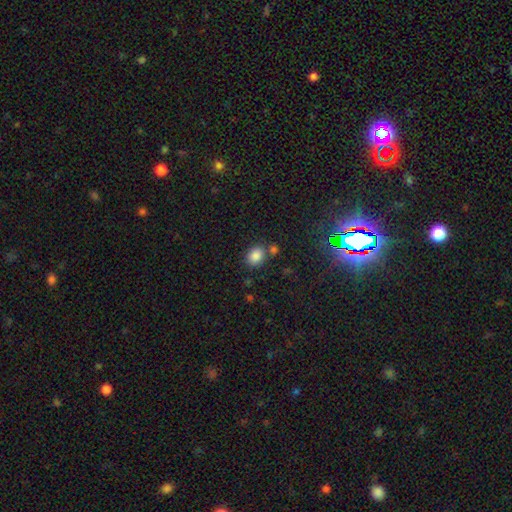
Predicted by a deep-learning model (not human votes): A smooth galaxy with no disk features (85%) that is in between round and cigar-shaped (51%).

Vote fractions:
- Smooth or featured? smooth: 85% / star or artifact: 11% / featured or disk: 5%
- How rounded? in between: 51% / round: 48% / cigar-shaped: 1%
- Merging? none: 71% / merger: 13% / minor disturbance: 12% / major disturbance: 4%